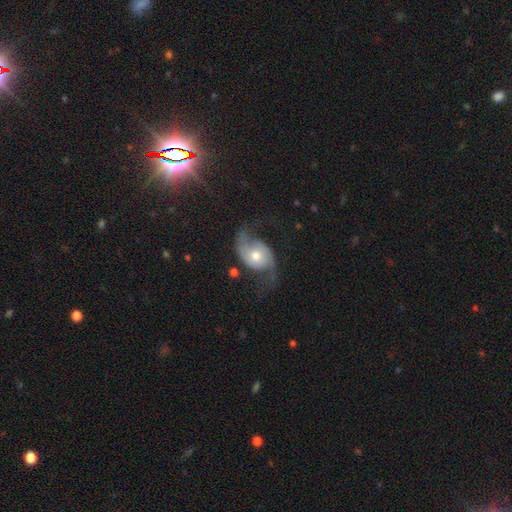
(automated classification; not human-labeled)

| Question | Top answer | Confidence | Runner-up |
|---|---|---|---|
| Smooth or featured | featured or disk | 84% | smooth (10%) |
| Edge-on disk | no | 97% | yes (3%) |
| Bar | no | 69% | weak (25%) |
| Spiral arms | yes | 95% | no (5%) |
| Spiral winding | loose | 66% | medium (28%) |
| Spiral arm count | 2 | 93% | can't tell (2%) |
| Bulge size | moderate | 66% | small (21%) |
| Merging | none | 65% | minor disturbance (18%) |